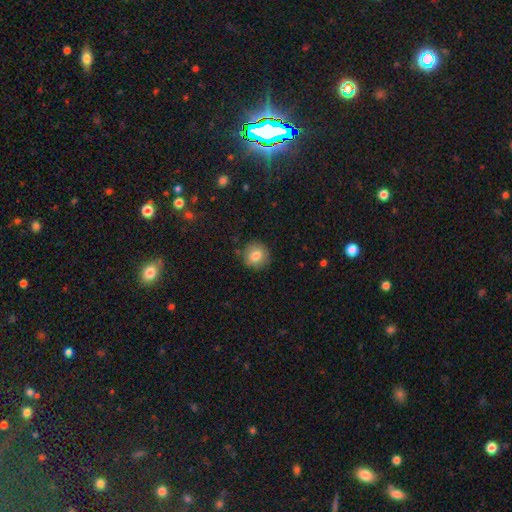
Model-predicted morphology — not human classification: This is likely a smooth galaxy (80%). How rounded: clearly round (90%). Merging: clearly none (87%).